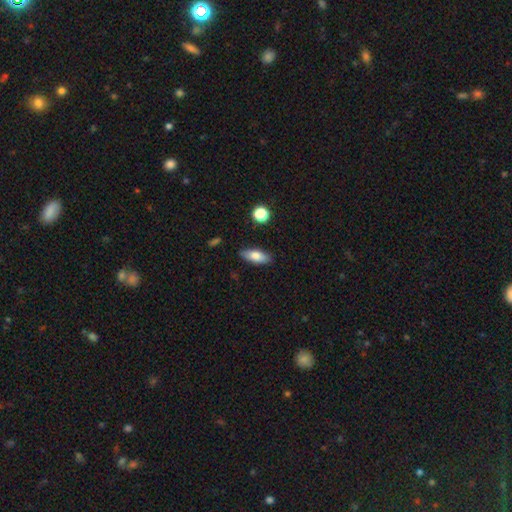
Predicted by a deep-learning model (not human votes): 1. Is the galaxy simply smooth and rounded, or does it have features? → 78% smooth, 14% featured or disk, 8% star or artifact.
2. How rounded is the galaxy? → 77% in between, 20% cigar-shaped, 3% round.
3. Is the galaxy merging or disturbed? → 85% none, 11% minor disturbance, 2% major disturbance, 2% merger.